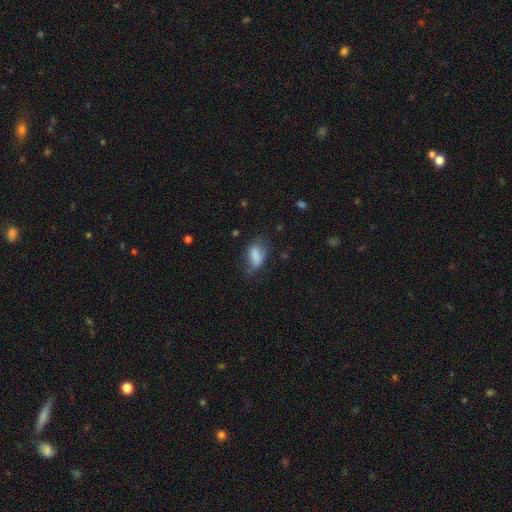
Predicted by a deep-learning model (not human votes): Smooth or featured? Predicted: smooth (p=0.80). How rounded? Predicted: in between (p=0.88). Merging? Predicted: none (p=0.49).